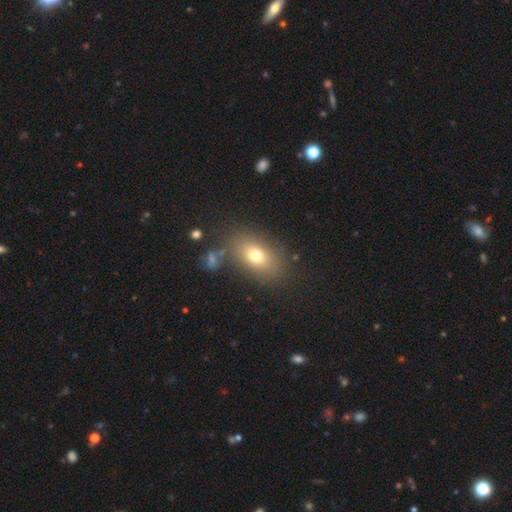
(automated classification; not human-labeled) A smooth galaxy with no disk features (74%) that is in between round and cigar-shaped (83%). Merging: none (79%).